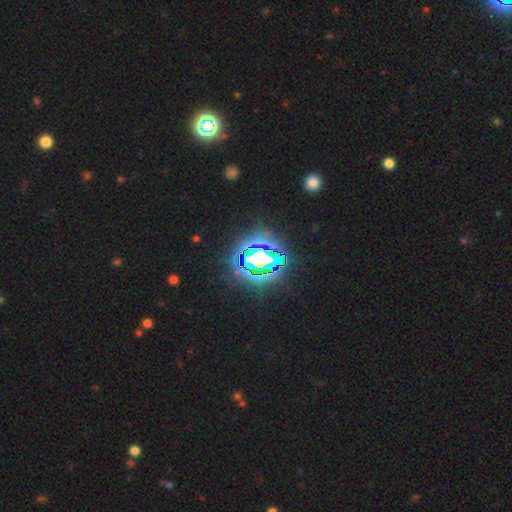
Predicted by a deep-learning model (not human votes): A star or artifact, not a galaxy (75%).